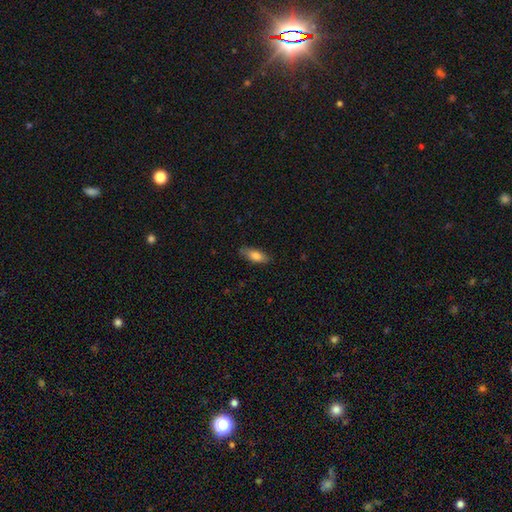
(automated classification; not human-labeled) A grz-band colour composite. It shows a smooth galaxy with no disk features (79%) that is in between round and cigar-shaped (74%). Merging: none (82%).